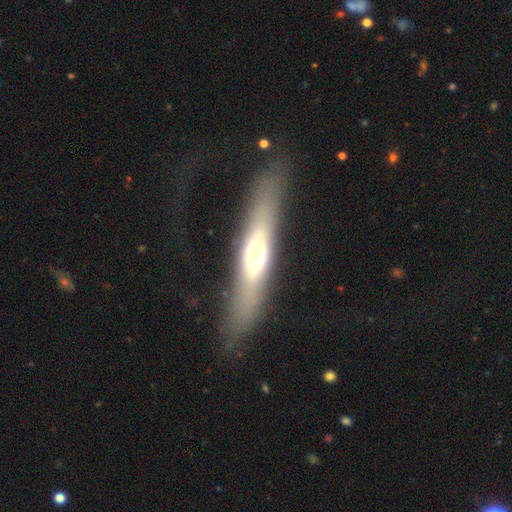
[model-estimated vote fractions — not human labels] This is possibly a featured or disk galaxy (52%). It is likely viewed edge-on (77%). Merging: likely none (72%).